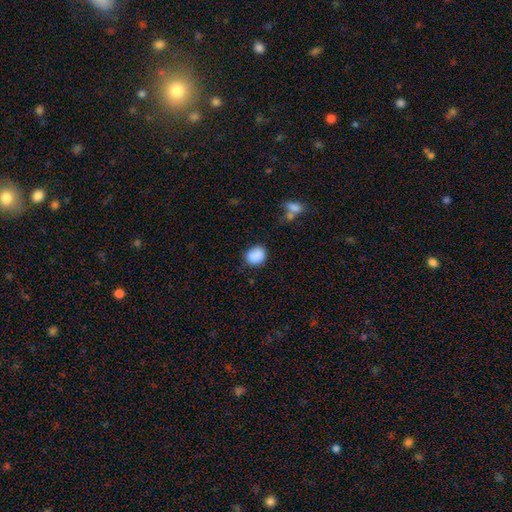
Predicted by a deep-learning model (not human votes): A smooth galaxy with no disk features (89%) that is round (57%).

Vote fractions:
- Smooth or featured? smooth: 89% / star or artifact: 8% / featured or disk: 3%
- How rounded? round: 57% / in between: 42% / cigar-shaped: 1%
- Merging? none: 79% / minor disturbance: 15% / major disturbance: 4% / merger: 3%